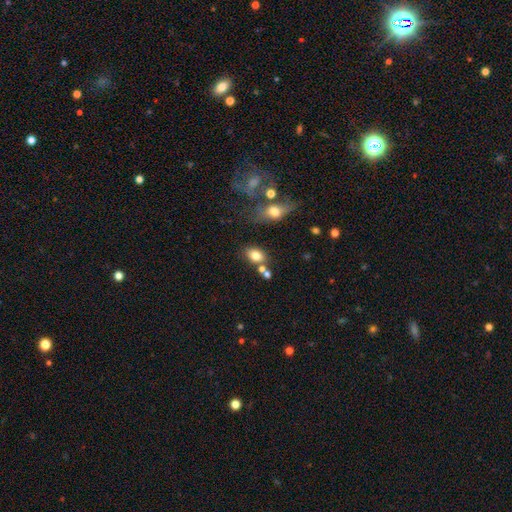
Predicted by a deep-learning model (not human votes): Overall: smooth (79%). How rounded: in between (76%). Merging: none (62%).